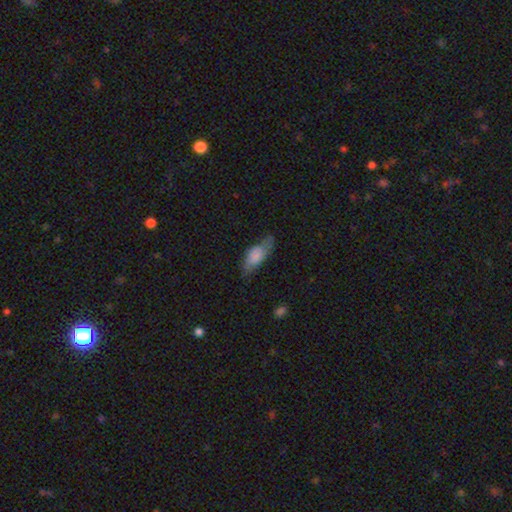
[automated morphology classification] smooth_or_featured: smooth (p=0.71) [alt: featured or disk p=0.22]
how_rounded: in between (p=0.77) [alt: cigar-shaped p=0.21]
merging: none (p=0.55) [alt: minor disturbance p=0.30]